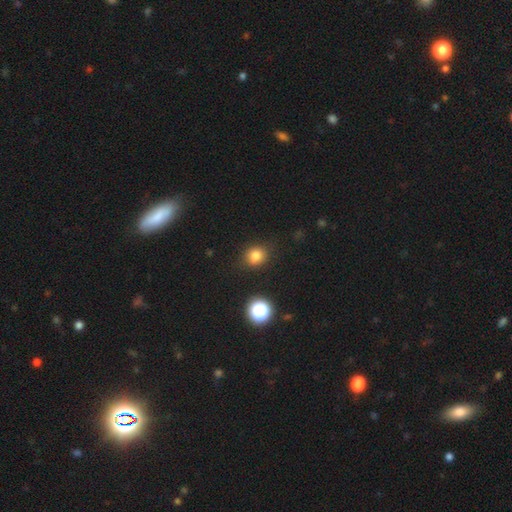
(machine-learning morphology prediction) Smooth or featured? Predicted: smooth (p=0.79). How rounded? Predicted: round (p=0.70). Merging? Predicted: none (p=0.83).